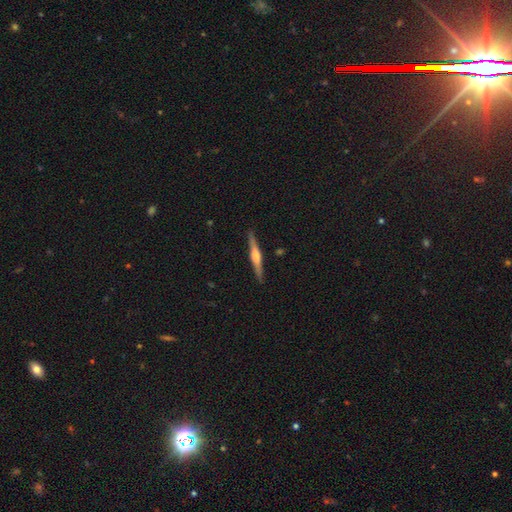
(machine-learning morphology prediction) This is likely a featured or disk galaxy (75%). It is clearly viewed edge-on (98%). Edge-on bulge: clearly rounded (82%). Merging: clearly none (91%).